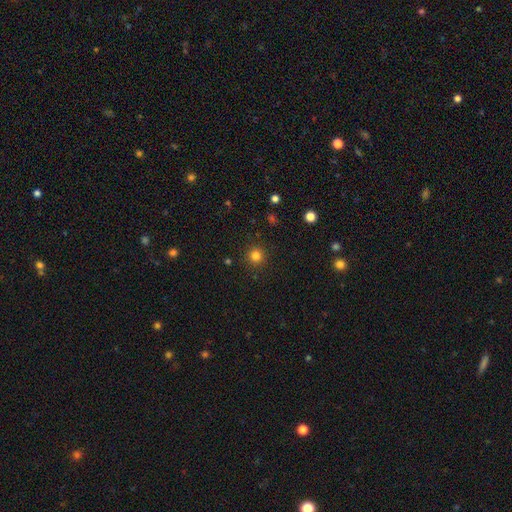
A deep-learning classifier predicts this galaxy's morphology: A smooth galaxy with no disk features (81%) that is round (95%). Merging: none (91%).